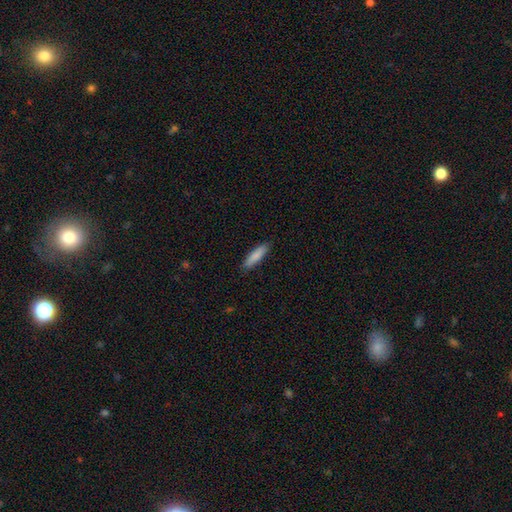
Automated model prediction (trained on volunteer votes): Smooth or featured: smooth — 86% (featured or disk — 9%)
How rounded: cigar-shaped — 73% (in between — 26%)
Merging: none — 87% (minor disturbance — 10%)